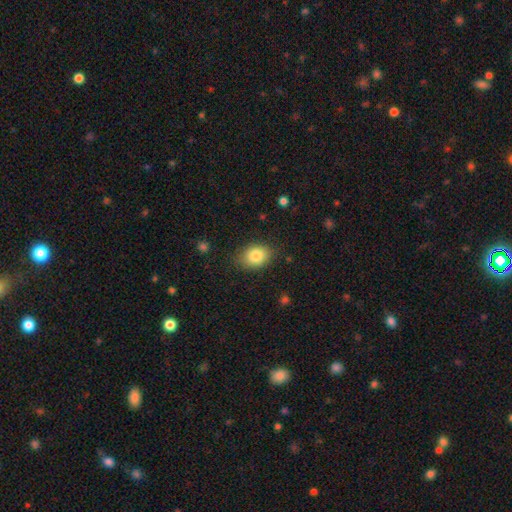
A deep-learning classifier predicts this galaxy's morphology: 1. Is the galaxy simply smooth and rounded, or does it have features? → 84% smooth, 8% star or artifact, 8% featured or disk.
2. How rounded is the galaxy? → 68% in between, 31% round, 1% cigar-shaped.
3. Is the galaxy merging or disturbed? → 81% none, 15% minor disturbance, 4% major disturbance, 1% merger.